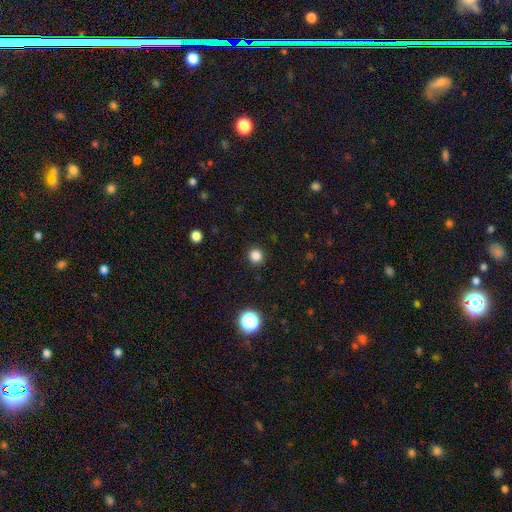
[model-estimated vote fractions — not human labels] The model was most divided on "smooth or featured": smooth: 83%, star or artifact: 13%, featured or disk: 3%. More confident: how rounded — round (93%); merging — none (91%).